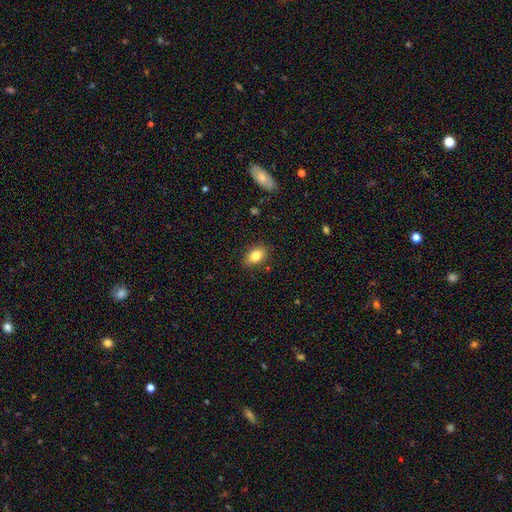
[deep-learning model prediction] smooth_or_featured: smooth (p=0.82) [alt: featured or disk p=0.09]
how_rounded: in between (p=0.87) [alt: round p=0.10]
merging: none (p=0.86) [alt: minor disturbance p=0.10]